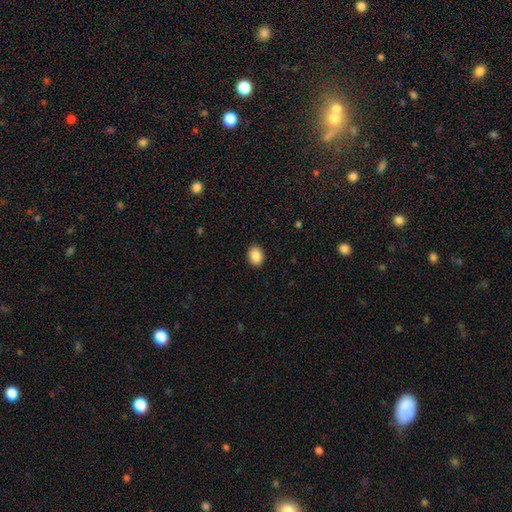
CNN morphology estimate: Q: Smooth or featured?
A: smooth (89%); runner-up: star or artifact (8%)
Q: How rounded?
A: in between (65%); runner-up: round (34%)
Q: Merging?
A: none (90%); runner-up: minor disturbance (7%)